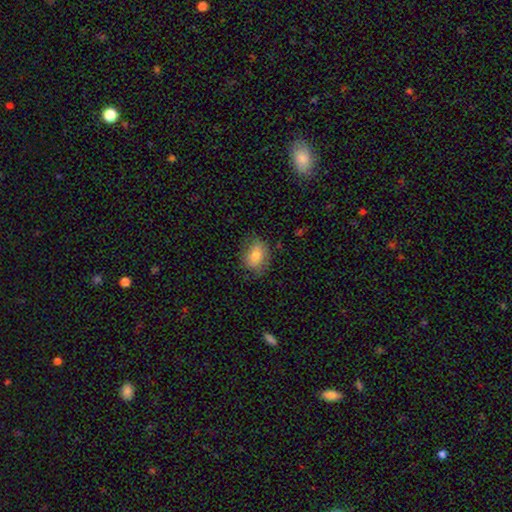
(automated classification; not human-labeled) The model was most divided on "how rounded": in between: 67%, round: 32%, cigar-shaped: 1%. More confident: smooth or featured — smooth (77%); merging — none (73%).